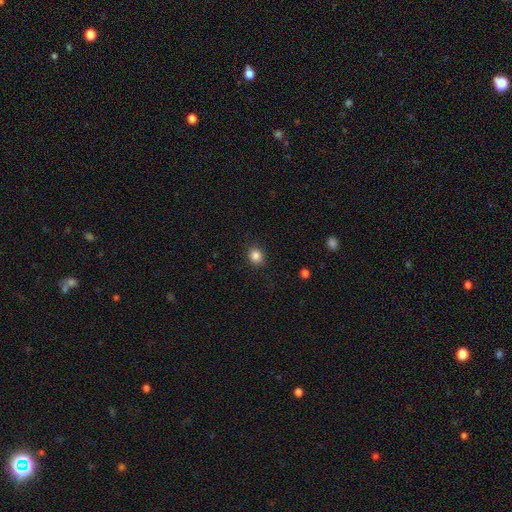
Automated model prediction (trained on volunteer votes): This is clearly a smooth galaxy (85%). How rounded: likely round (69%). Merging: clearly none (90%).